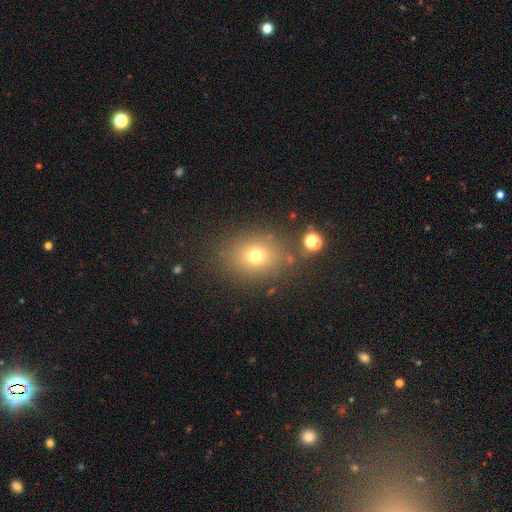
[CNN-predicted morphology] A smooth galaxy with no disk features (70%) that is round (55%).

Vote fractions:
- Smooth or featured? smooth: 70% / star or artifact: 18% / featured or disk: 12%
- How rounded? round: 55% / in between: 44% / cigar-shaped: 1%
- Merging? none: 81% / minor disturbance: 10% / major disturbance: 5% / merger: 4%